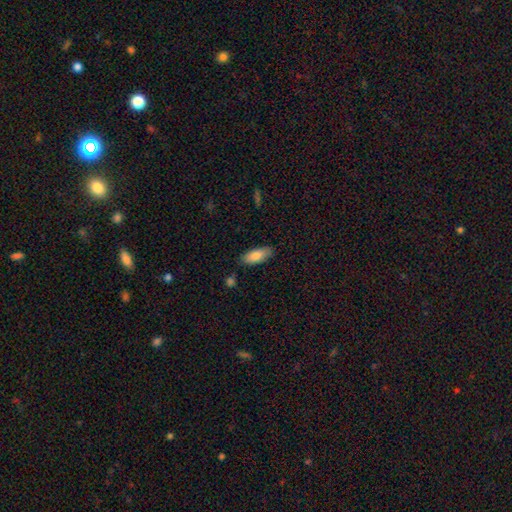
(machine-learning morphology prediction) This is clearly a smooth galaxy (84%). How rounded: likely in between (78%). Merging: clearly none (83%).